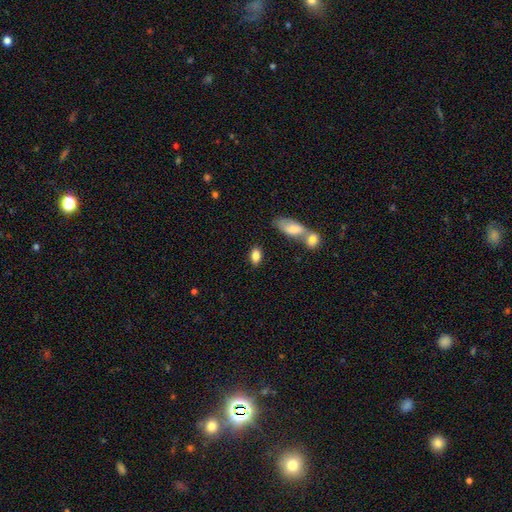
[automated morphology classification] This is clearly a smooth galaxy (84%). How rounded: clearly in between (89%). Merging: likely none (75%).